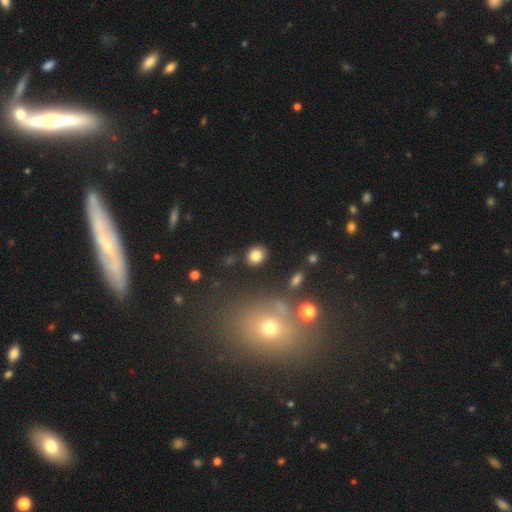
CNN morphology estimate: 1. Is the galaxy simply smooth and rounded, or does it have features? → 82% smooth, 10% star or artifact, 7% featured or disk.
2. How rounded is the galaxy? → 66% round, 33% in between, 1% cigar-shaped.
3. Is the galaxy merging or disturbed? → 86% none, 8% minor disturbance, 3% merger, 3% major disturbance.